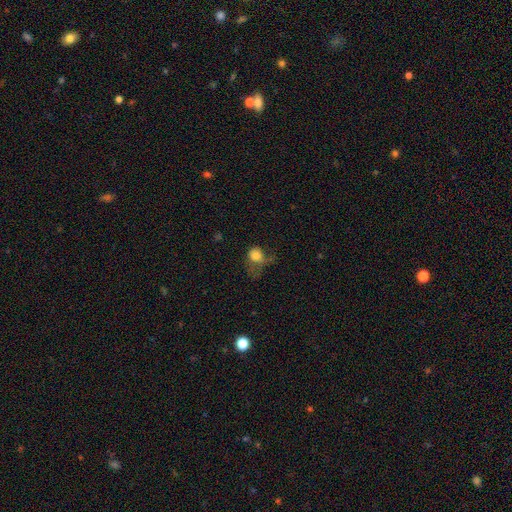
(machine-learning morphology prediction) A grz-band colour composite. It shows a smooth galaxy with no disk features (73%) that is round (59%). Merging: major disturbance (54%).